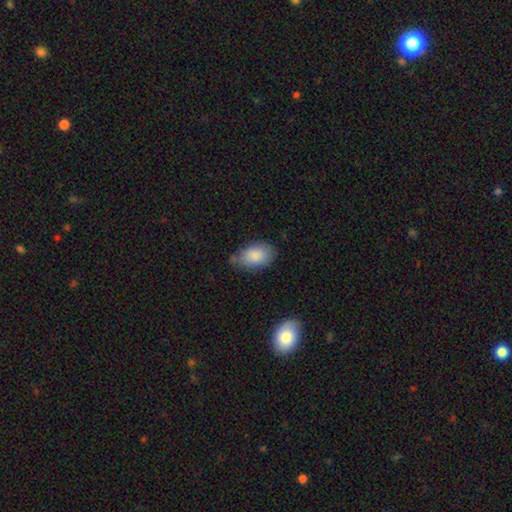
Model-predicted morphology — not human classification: A smooth galaxy with no disk features (86%) that is in between round and cigar-shaped (91%).

Vote fractions:
- Smooth or featured? smooth: 86% / featured or disk: 8% / star or artifact: 6%
- How rounded? in between: 91% / round: 8% / cigar-shaped: 1%
- Merging? none: 67% / minor disturbance: 25% / major disturbance: 5% / merger: 4%